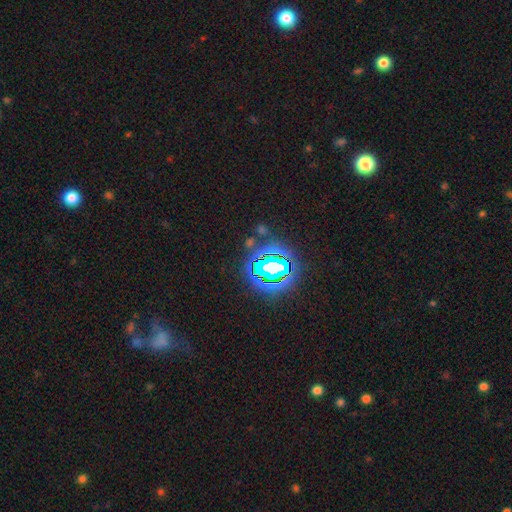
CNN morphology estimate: smooth_or_featured: star or artifact (p=0.80) [alt: smooth p=0.12]